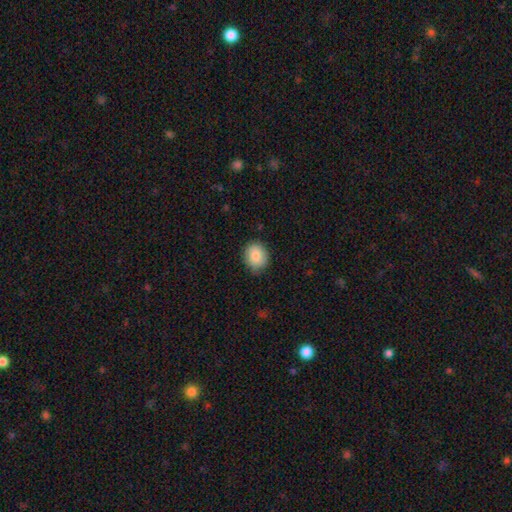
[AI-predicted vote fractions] This appears to be a smooth galaxy with no disk features (85%) that is round (64%). Merging: none (81%).